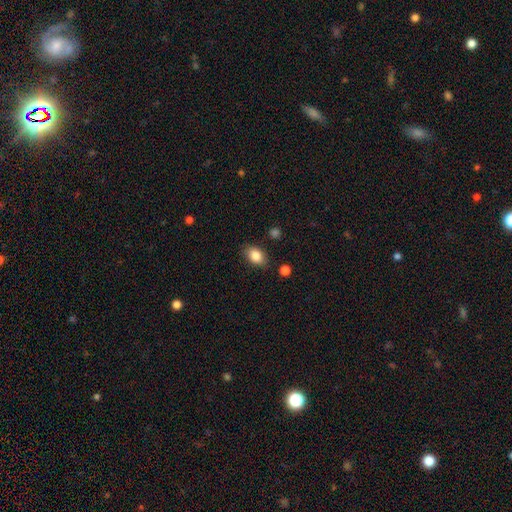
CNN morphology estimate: This is clearly a smooth galaxy (85%). How rounded: clearly in between (82%). Merging: clearly none (83%).